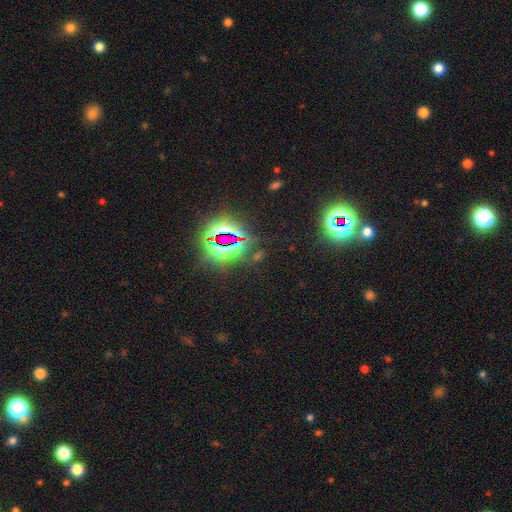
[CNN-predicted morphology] Smooth or featured: star or artifact — 79% (smooth — 14%)